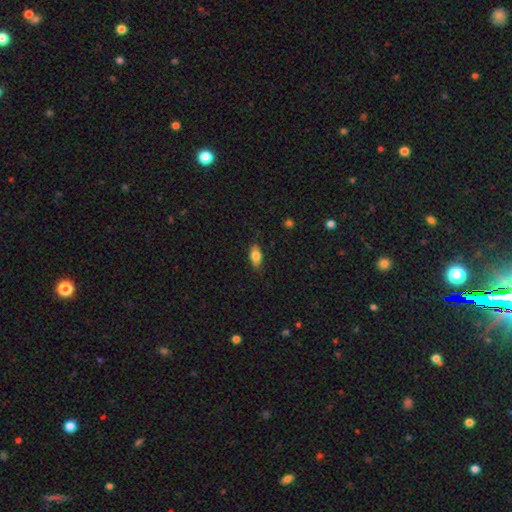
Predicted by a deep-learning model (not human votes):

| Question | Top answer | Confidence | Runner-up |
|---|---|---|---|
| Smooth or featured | smooth | 78% | featured or disk (14%) |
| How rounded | in between | 86% | cigar-shaped (10%) |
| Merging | none | 85% | minor disturbance (12%) |